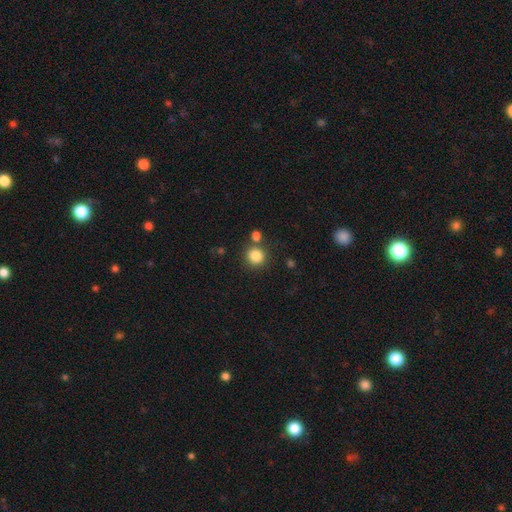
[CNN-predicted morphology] Overall: smooth (84%). How rounded: round (89%). Merging: none (75%).